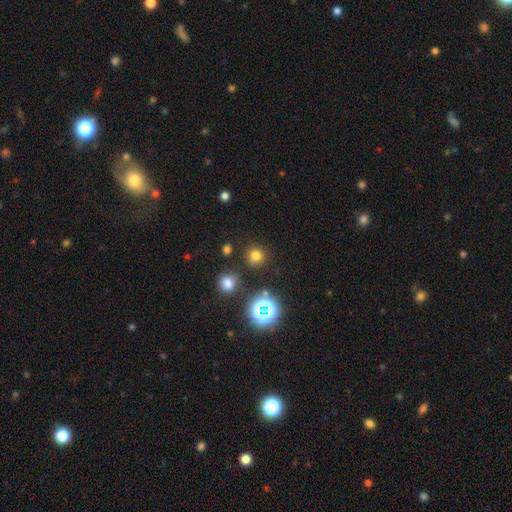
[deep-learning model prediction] smooth_or_featured: smooth (p=0.70) [alt: star or artifact p=0.25]
how_rounded: round (p=0.92) [alt: in between p=0.07]
merging: none (p=0.84) [alt: minor disturbance p=0.08]